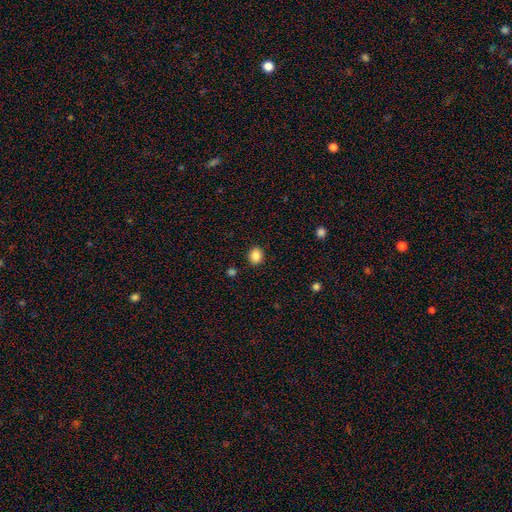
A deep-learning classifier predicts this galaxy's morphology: The model was most divided on "how rounded": round: 66%, in between: 33%, cigar-shaped: 1%. More confident: merging — none (90%); smooth or featured — smooth (87%).